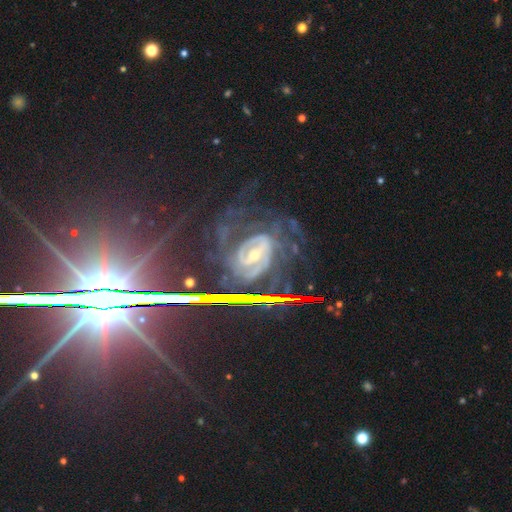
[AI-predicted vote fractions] featured or disk 76%, star or artifact 18%, smooth 6%. Down the decision tree: edge-on disk — no (94%); bar — weak (36%); spiral arms — yes (93%); spiral arm count — 2 (39%); spiral winding — tight (58%); bulge size — small (60%); merging — none (58%).